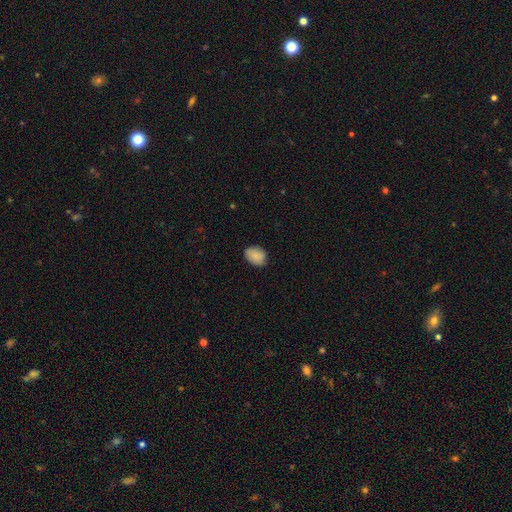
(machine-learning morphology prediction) This appears to be a smooth galaxy with no disk features (88%) that is in between round and cigar-shaped (66%). Merging: none (82%).